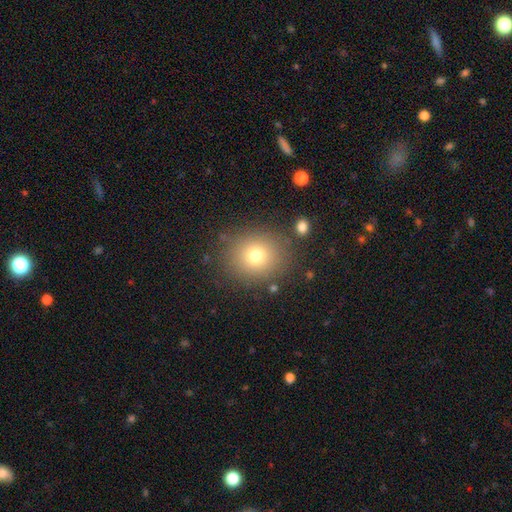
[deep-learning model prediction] Morphology: type=smooth (74%); roundness=round (82%); merging=none (84%).